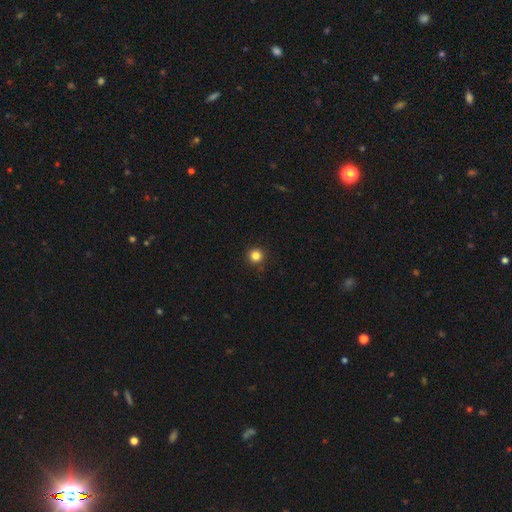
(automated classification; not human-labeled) The model was most divided on "smooth or featured": smooth: 83%, star or artifact: 13%, featured or disk: 4%. More confident: how rounded — round (96%); merging — none (91%).